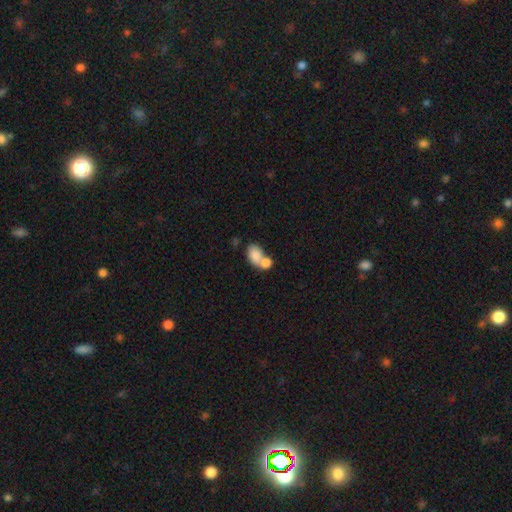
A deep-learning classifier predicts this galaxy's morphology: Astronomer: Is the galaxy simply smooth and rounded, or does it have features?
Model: smooth — 81%.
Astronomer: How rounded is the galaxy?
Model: in between — 77%.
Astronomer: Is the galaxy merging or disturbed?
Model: merger — 63%.